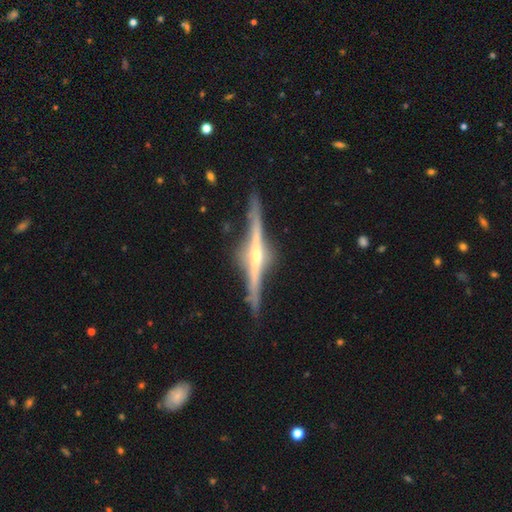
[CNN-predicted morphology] featured or disk 87%, smooth 8%, star or artifact 5%. Down the decision tree: edge-on disk — yes (98%); edge-on bulge — rounded (83%); merging — none (83%).